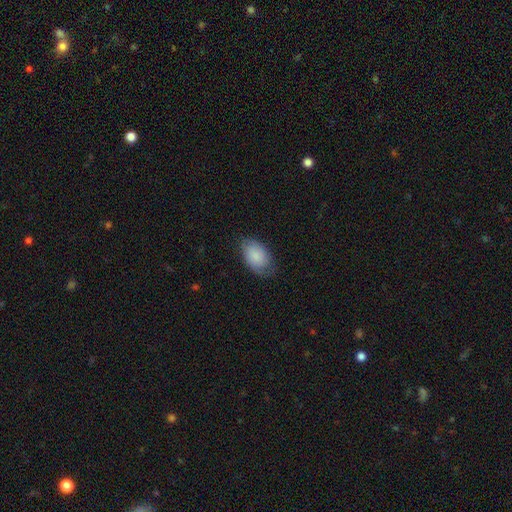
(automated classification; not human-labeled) smooth_or_featured: smooth (p=0.79) [alt: featured or disk p=0.15]
how_rounded: in between (p=0.90) [alt: round p=0.09]
merging: none (p=0.69) [alt: minor disturbance p=0.24]